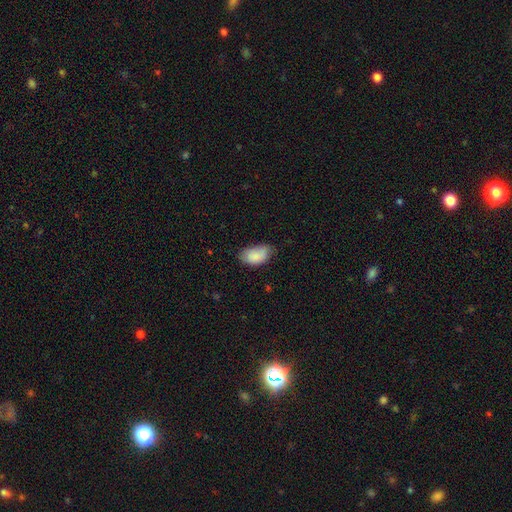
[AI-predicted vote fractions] Overall: smooth (85%). How rounded: in between (93%). Merging: none (52%; minor disturbance 38%).